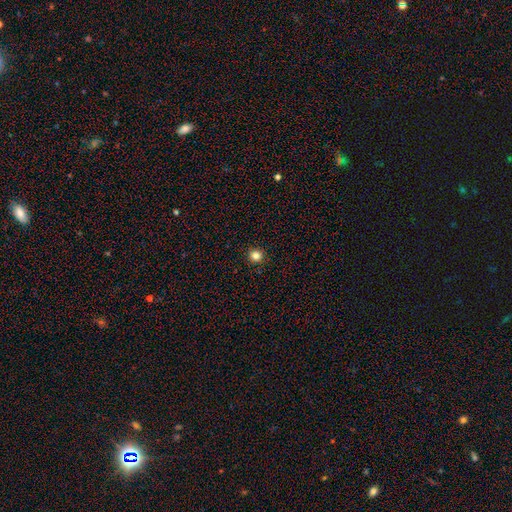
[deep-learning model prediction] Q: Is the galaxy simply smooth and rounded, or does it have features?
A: smooth — 83%.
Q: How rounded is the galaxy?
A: round — 95%.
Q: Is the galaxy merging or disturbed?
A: none — 94%.